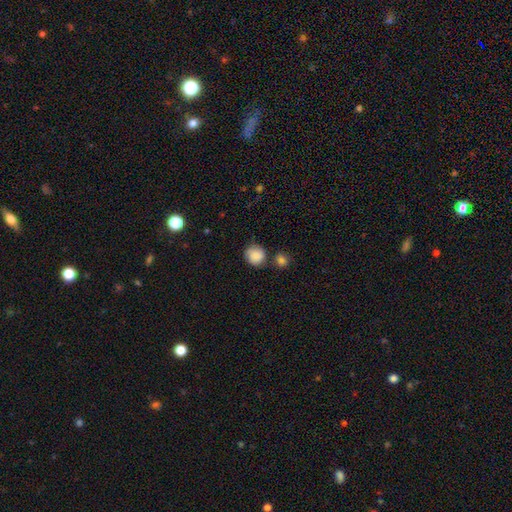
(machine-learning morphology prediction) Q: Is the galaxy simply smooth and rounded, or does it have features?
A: smooth — 87%.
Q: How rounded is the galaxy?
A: round — 86%.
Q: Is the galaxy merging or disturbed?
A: none — 67%.